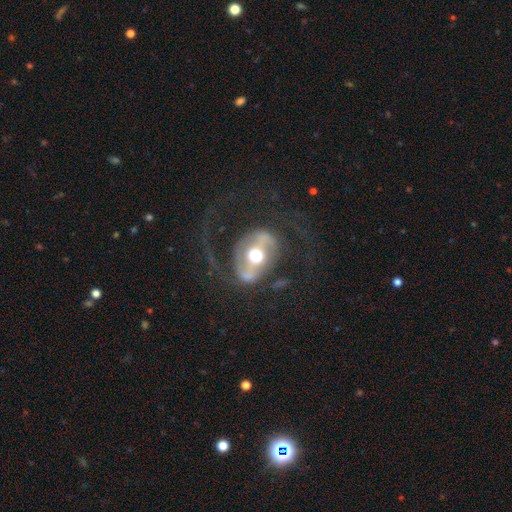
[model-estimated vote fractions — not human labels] A featured or disk galaxy (77%) with a strong bar (42%), spiral arms (64%) and a moderate central bulge (65%). Merging: none (58%).